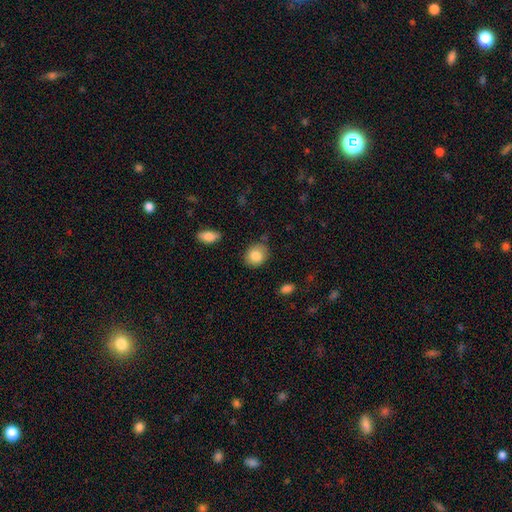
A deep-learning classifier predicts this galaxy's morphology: Overall: smooth (84%). How rounded: round (63%; in between 36%). Merging: none (80%).